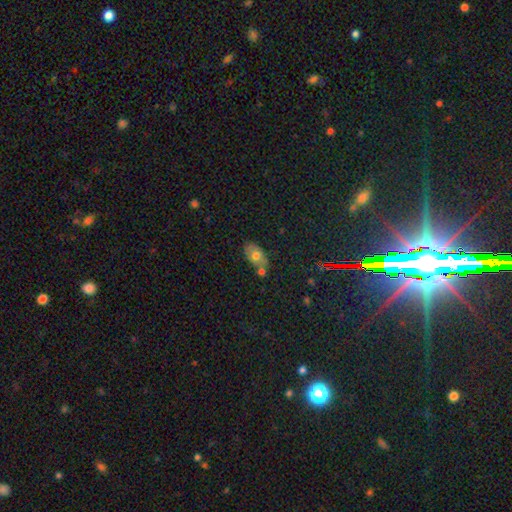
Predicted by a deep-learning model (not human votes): smooth-or-featured: smooth: 64% | featured or disk: 25% | star or artifact: 11%
  how-rounded: in between: 87% | round: 11% | cigar-shaped: 2%
  merging: none: 56% | merger: 21% | minor disturbance: 19% | major disturbance: 5%